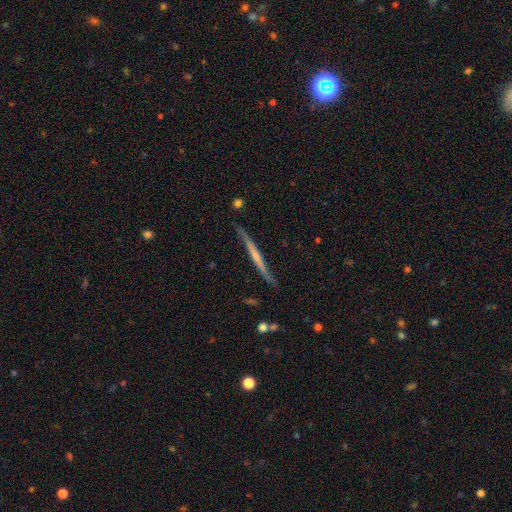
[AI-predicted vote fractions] Smooth or featured: featured or disk — 66% (smooth — 29%)
Edge-on disk: yes — 96% (no — 4%)
Edge-on bulge: none — 69% (rounded — 22%)
Merging: none — 85% (minor disturbance — 12%)